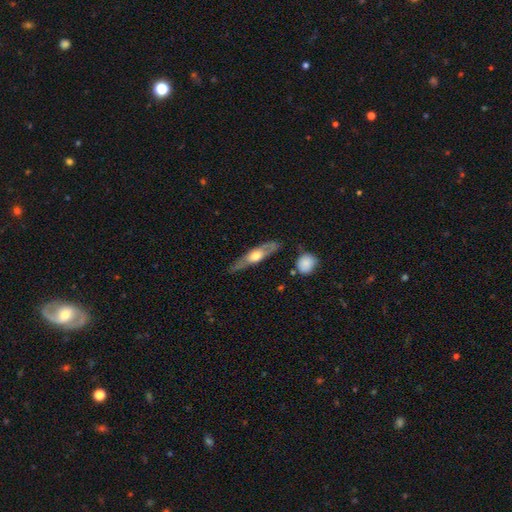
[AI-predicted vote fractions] Smooth or featured? Predicted: featured or disk (p=0.59). Edge-on disk? Predicted: yes (p=0.75). Merging? Predicted: none (p=0.74).